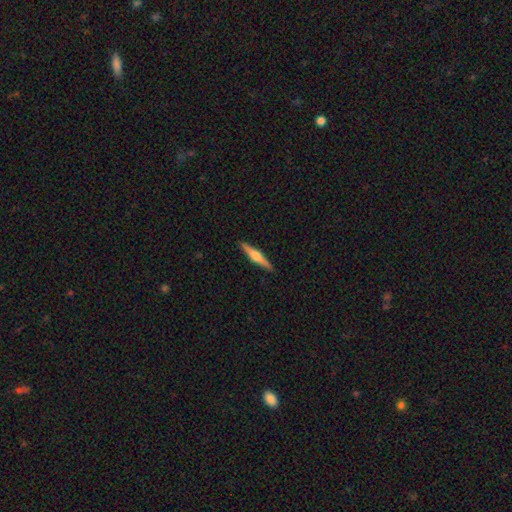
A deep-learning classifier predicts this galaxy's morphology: A featured or disk galaxy (63%) viewed edge-on (98%) with a rounded central bulge (87%).

Vote fractions:
- Smooth or featured? featured or disk: 63% / smooth: 31% / star or artifact: 5%
- Edge-on disk? yes: 98% / no: 2%
- Edge-on bulge? rounded: 87% / boxy: 8% / none: 4%
- Merging? none: 91% / minor disturbance: 7% / major disturbance: 1% / merger: 1%